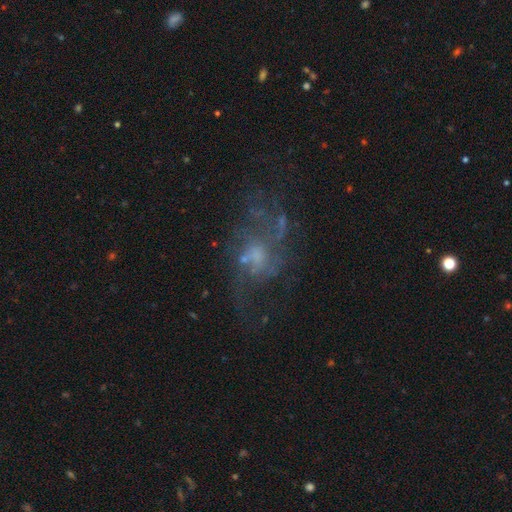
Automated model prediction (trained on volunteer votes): Smooth or featured? Predicted: featured or disk (p=0.64). Edge-on disk? Predicted: no (p=0.97). Bar? Predicted: no (p=0.75). Spiral arms? Predicted: yes (p=0.57). Bulge size? Predicted: small (p=0.36). Merging? Predicted: none (p=0.42).